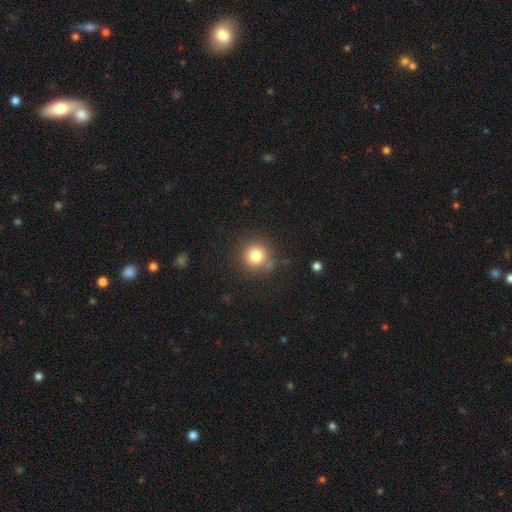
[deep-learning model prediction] Smooth or featured?
  - smooth: 80% *
  - star or artifact: 12%
  - featured or disk: 8%
How rounded?
  - round: 94% *
  - in between: 5%
  - cigar-shaped: 1%
Merging?
  - none: 80% *
  - minor disturbance: 10%
  - merger: 6%
  - major disturbance: 4%